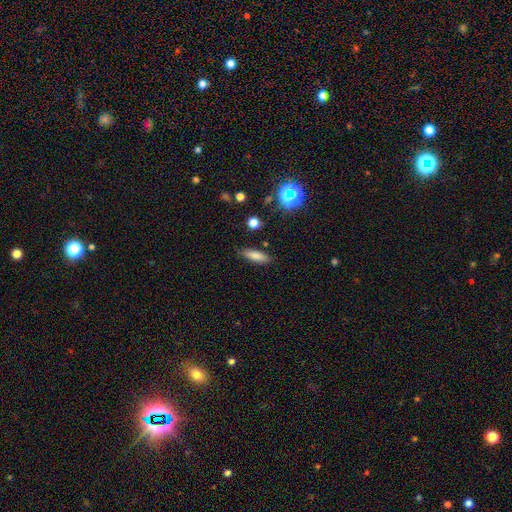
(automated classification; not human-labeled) smooth-or-featured: smooth: 79% | featured or disk: 11% | star or artifact: 10%
  how-rounded: cigar-shaped: 50% | in between: 48% | round: 3%
  merging: none: 85% | minor disturbance: 10% | major disturbance: 3% | merger: 2%